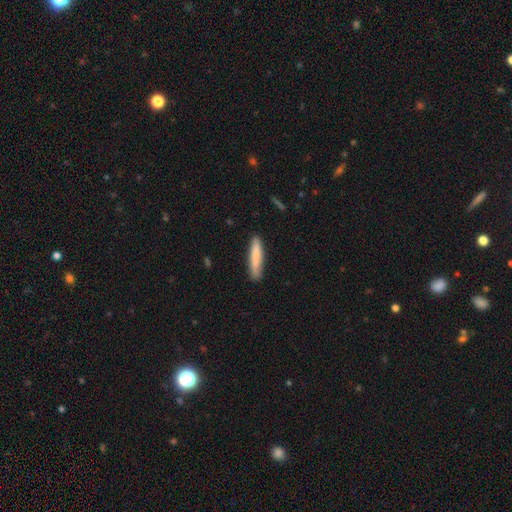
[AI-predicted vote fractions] smooth 81%, featured or disk 13%, star or artifact 6%. Down the decision tree: how rounded — cigar-shaped (88%); merging — none (84%).